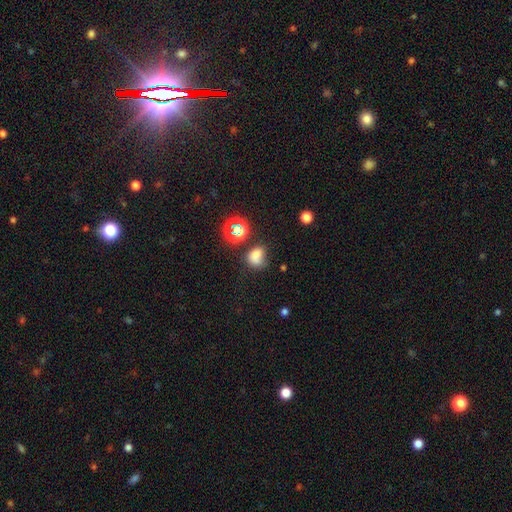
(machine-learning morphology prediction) type=smooth (68%); roundness=in between (50%); merging=none (45%).